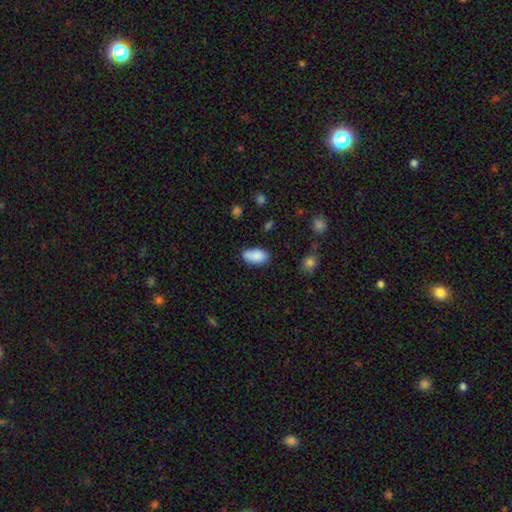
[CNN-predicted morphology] Smooth or featured: smooth — 87% (star or artifact — 7%)
How rounded: in between — 92% (cigar-shaped — 5%)
Merging: none — 72% (minor disturbance — 20%)